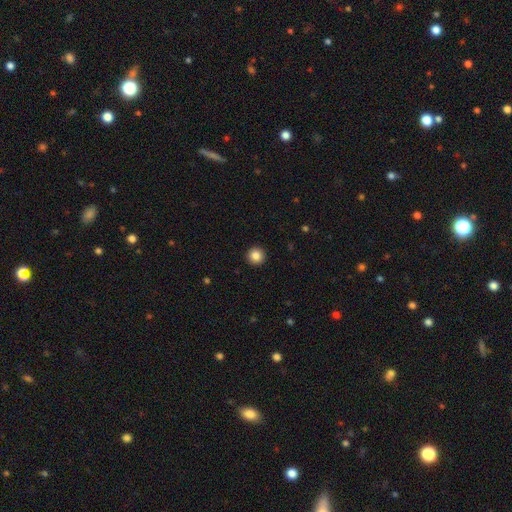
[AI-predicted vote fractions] smooth_or_featured: smooth (p=0.87) [alt: star or artifact p=0.09]
how_rounded: round (p=0.96) [alt: in between p=0.03]
merging: none (p=0.94) [alt: minor disturbance p=0.04]